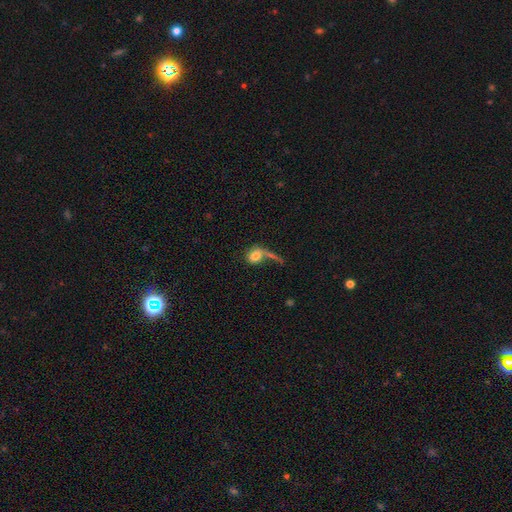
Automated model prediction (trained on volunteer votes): Smooth or featured?
  - smooth: 69% *
  - featured or disk: 22%
  - star or artifact: 9%
How rounded?
  - round: 49% *
  - in between: 47%
  - cigar-shaped: 4%
Merging?
  - none: 33% *
  - major disturbance: 30%
  - merger: 23%
  - minor disturbance: 14%